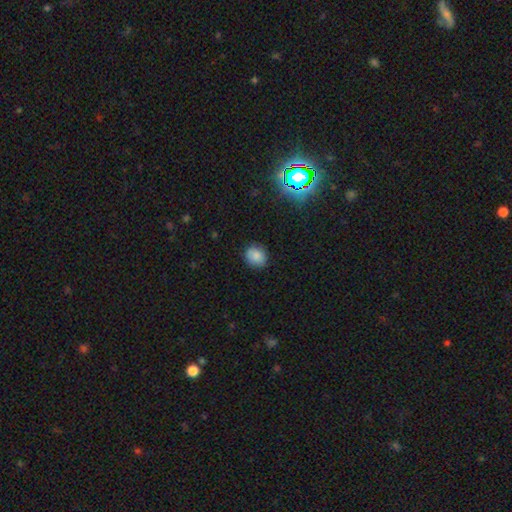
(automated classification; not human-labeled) A smooth galaxy with no disk features (83%) that is round (69%). Merging: none (82%).